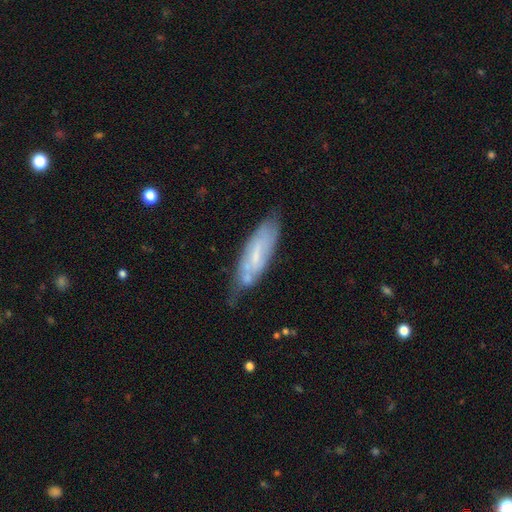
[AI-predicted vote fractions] smooth-or-featured: featured or disk: 54% | smooth: 39% | star or artifact: 7%
  disk-edge-on: no: 70% | yes: 30%
  merging: none: 56% | minor disturbance: 28% | major disturbance: 8% | merger: 7%